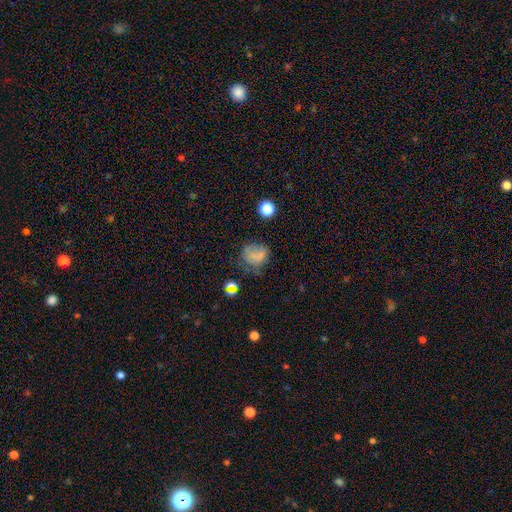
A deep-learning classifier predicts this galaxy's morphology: This is likely a smooth galaxy (66%). How rounded: likely round (65%). Merging: possibly none (49%).